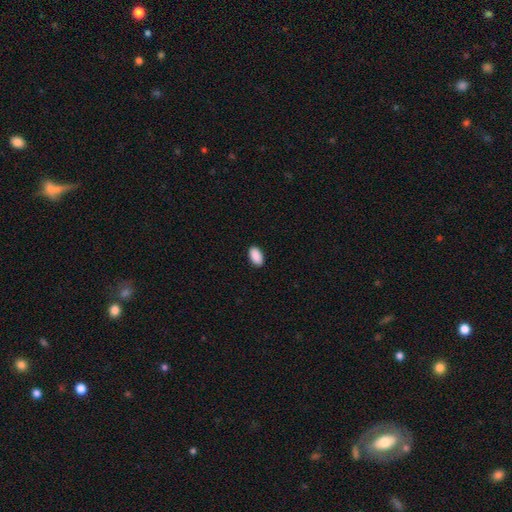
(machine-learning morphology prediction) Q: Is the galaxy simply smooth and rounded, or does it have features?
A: smooth — 91%.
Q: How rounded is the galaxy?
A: in between — 95%.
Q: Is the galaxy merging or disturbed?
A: none — 90%.